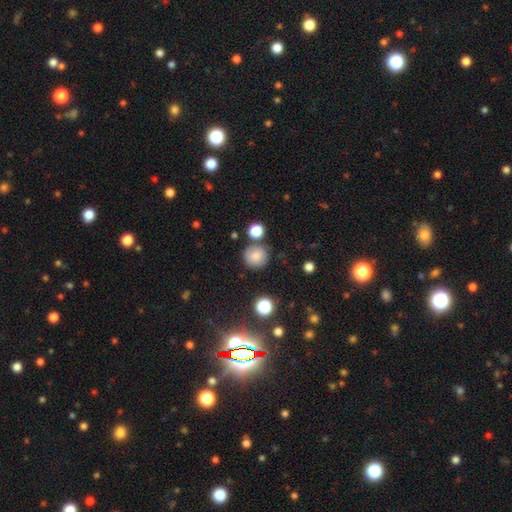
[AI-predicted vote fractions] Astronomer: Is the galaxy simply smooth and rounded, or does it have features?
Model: smooth — 79%.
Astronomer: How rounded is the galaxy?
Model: round — 93%.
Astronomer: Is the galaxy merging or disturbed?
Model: none — 80%.